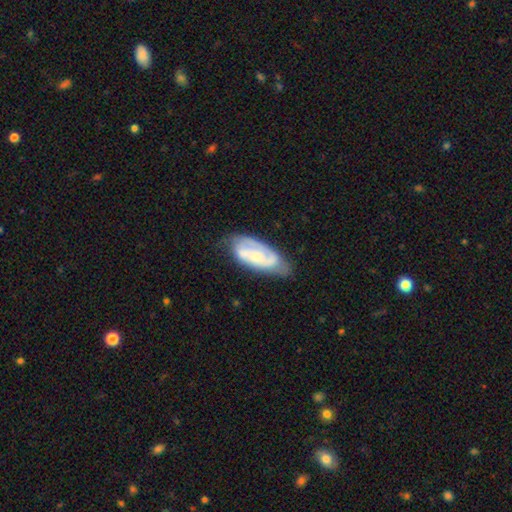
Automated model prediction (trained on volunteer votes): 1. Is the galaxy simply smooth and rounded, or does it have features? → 69% featured or disk, 25% smooth, 6% star or artifact.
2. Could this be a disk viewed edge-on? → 93% no, 7% yes.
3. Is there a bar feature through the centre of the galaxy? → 48% no, 35% weak, 16% strong.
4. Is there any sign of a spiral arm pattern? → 86% yes, 14% no.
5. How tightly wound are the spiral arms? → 45% tight, 40% medium, 15% loose.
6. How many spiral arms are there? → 57% 2, 22% can't tell, 13% 1, 5% 3, 1% 4, 1% more than 4.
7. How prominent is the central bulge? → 51% small, 28% moderate, 15% none, 5% large, 1% dominant.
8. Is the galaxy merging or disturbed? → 57% none, 29% minor disturbance, 12% major disturbance, 3% merger.